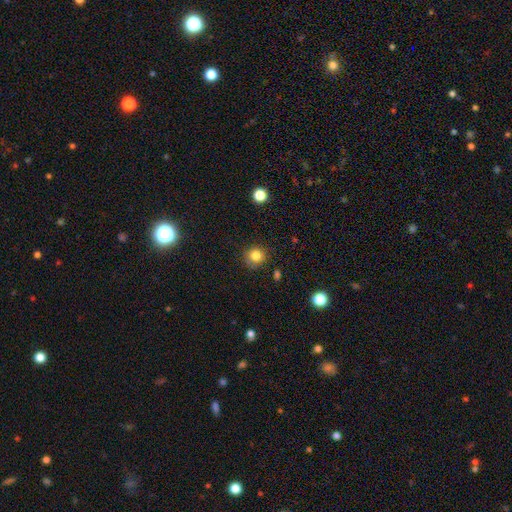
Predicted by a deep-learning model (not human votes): Smooth or featured?
  - smooth: 83% *
  - star or artifact: 12%
  - featured or disk: 6%
How rounded?
  - round: 89% *
  - in between: 10%
  - cigar-shaped: 1%
Merging?
  - none: 85% *
  - minor disturbance: 11%
  - major disturbance: 3%
  - merger: 1%